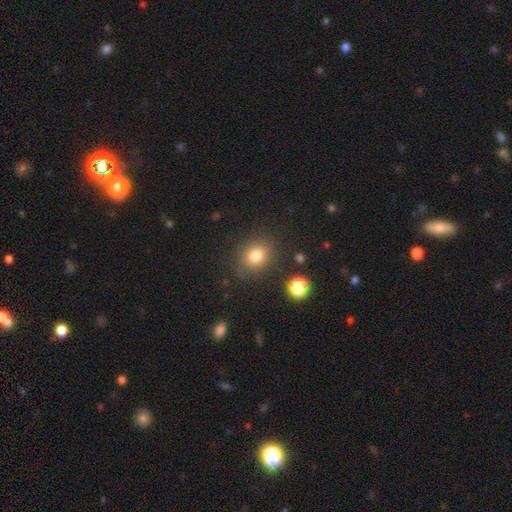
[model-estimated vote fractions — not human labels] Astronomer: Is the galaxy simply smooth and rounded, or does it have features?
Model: smooth — 79%.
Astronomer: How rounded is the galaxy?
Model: round — 68%.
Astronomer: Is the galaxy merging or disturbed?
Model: none — 83%.